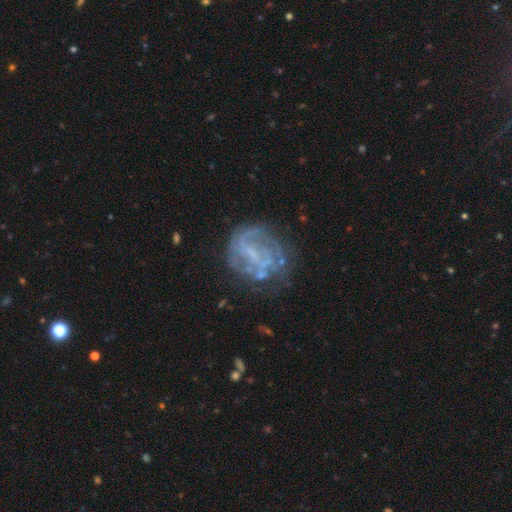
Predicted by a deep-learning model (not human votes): Smooth or featured? featured or disk (71%)
Edge-on disk? no (98%)
Bar? no (48%)
Spiral arms? yes (51%)
Bulge size? none (54%)
Merging? none (56%)